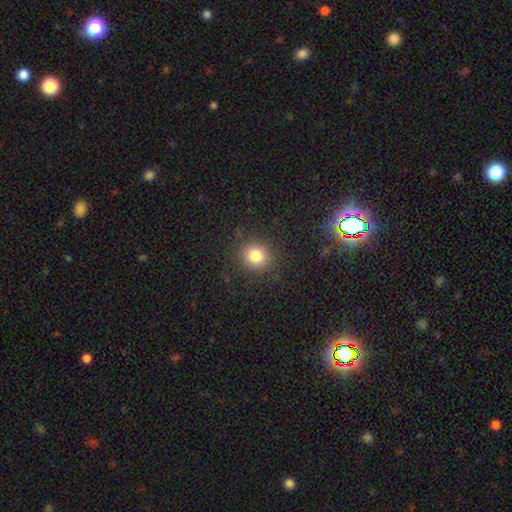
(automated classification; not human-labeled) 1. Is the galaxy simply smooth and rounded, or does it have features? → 82% smooth, 12% star or artifact, 6% featured or disk.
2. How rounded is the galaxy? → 88% round, 11% in between, 1% cigar-shaped.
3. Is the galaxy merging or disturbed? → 88% none, 8% minor disturbance, 3% major disturbance, 1% merger.